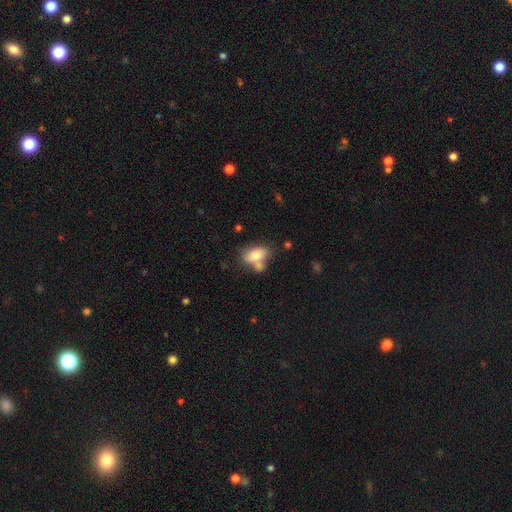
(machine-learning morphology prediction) Smooth or featured? Predicted: smooth (p=0.76). How rounded? Predicted: in between (p=0.88). Merging? Predicted: none (p=0.48).